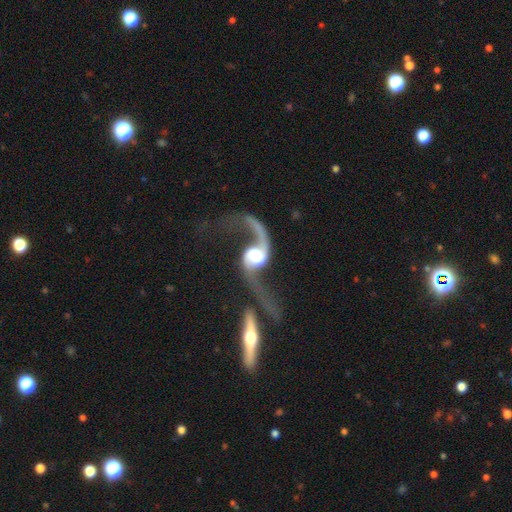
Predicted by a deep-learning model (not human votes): The model was most divided on "bulge size": large: 43%, moderate: 36%, dominant: 12%, small: 7%, none: 3%. Remaining: spiral arms — yes (97%); edge-on disk — no (97%); spiral arm count — 2 (92%); smooth or featured — featured or disk (90%); spiral winding — loose (89%); merging — none (51%); bar — no (48%).